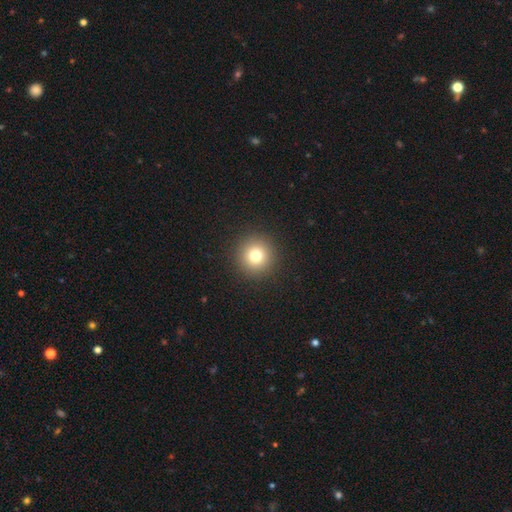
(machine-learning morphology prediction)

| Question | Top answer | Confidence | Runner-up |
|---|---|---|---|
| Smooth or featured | smooth | 77% | star or artifact (14%) |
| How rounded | round | 95% | in between (4%) |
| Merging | none | 92% | minor disturbance (5%) |